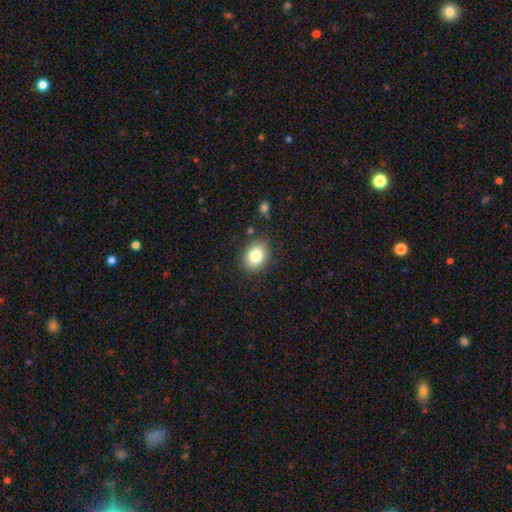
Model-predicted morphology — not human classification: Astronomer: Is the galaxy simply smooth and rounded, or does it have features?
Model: smooth — 83%.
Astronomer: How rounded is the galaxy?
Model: in between — 58% (runner-up: round, 42%).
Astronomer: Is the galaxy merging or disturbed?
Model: none — 85%.